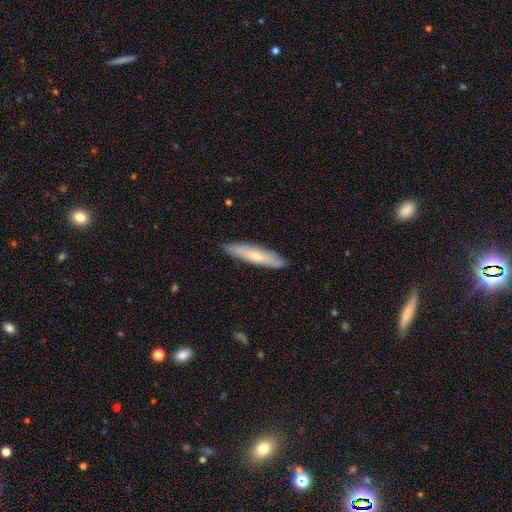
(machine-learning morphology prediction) type=smooth (55%); roundness=cigar-shaped (82%); merging=none (87%).